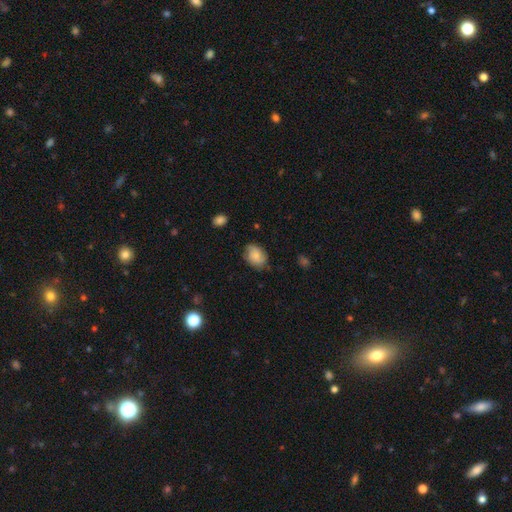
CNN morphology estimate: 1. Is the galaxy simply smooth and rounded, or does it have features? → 71% smooth, 22% featured or disk, 8% star or artifact.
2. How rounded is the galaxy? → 70% in between, 29% round, 1% cigar-shaped.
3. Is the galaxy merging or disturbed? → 68% none, 25% minor disturbance, 6% major disturbance, 1% merger.